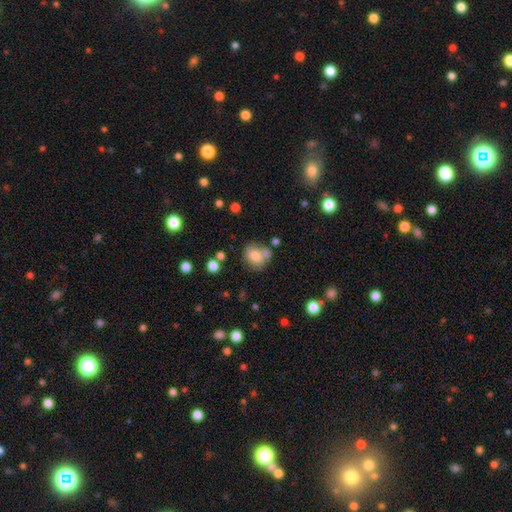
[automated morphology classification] smooth-or-featured: smooth: 73% | featured or disk: 17% | star or artifact: 10%
  how-rounded: round: 74% | in between: 25% | cigar-shaped: 1%
  merging: none: 51% | minor disturbance: 21% | merger: 19% | major disturbance: 9%